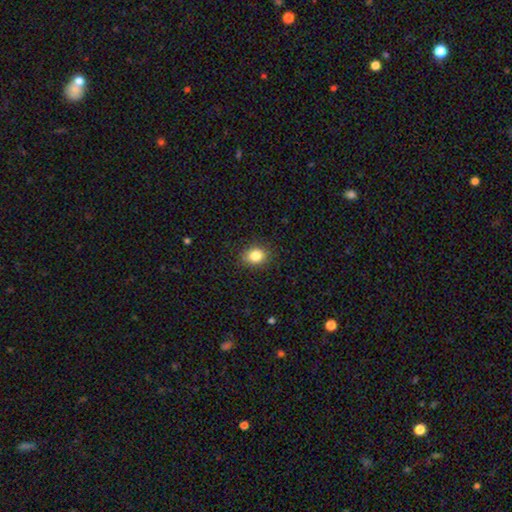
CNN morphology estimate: type=smooth (84%); roundness=in between (52%); merging=none (87%).